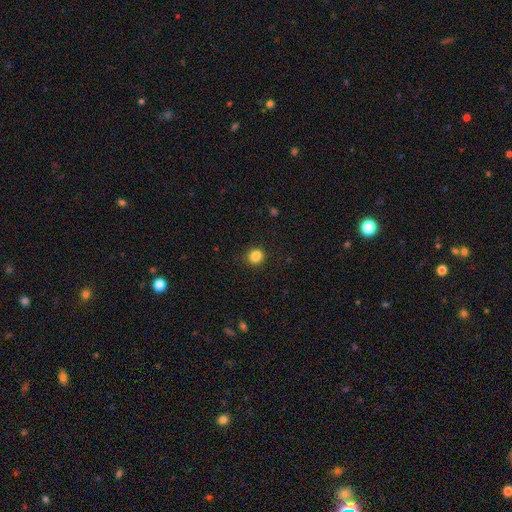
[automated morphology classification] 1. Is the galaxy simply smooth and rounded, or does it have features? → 85% smooth, 11% star or artifact, 3% featured or disk.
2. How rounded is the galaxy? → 77% round, 22% in between, 1% cigar-shaped.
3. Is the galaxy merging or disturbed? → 85% none, 10% minor disturbance, 3% major disturbance, 1% merger.